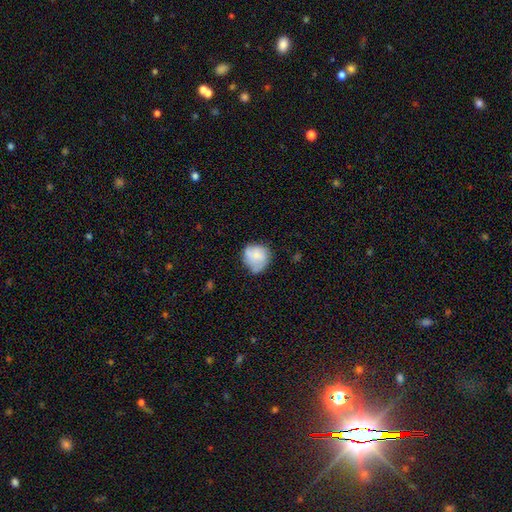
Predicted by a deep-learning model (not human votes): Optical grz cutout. It shows a smooth galaxy with no disk features (62%) that is round (78%). Merging: none (53%).